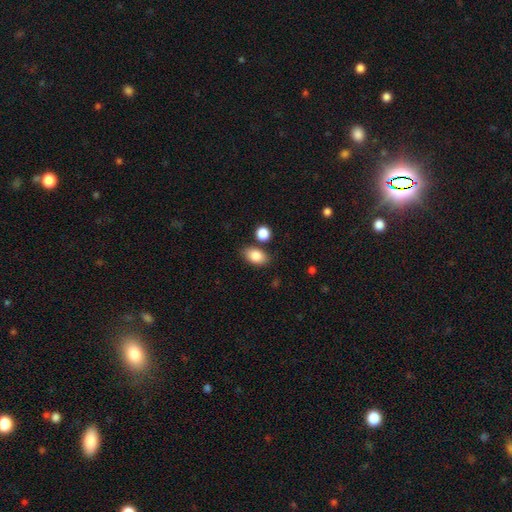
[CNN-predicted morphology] smooth-or-featured: smooth: 85% | star or artifact: 8% | featured or disk: 7%
  how-rounded: in between: 86% | round: 13% | cigar-shaped: 2%
  merging: none: 76% | minor disturbance: 12% | merger: 9% | major disturbance: 3%